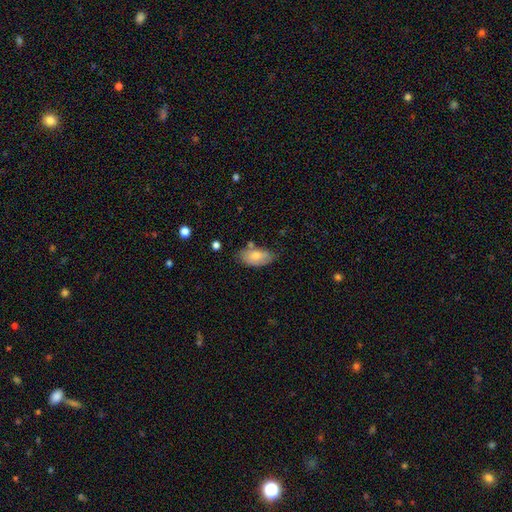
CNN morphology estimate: Q: Smooth or featured?
A: smooth (71%); runner-up: featured or disk (22%)
Q: How rounded?
A: in between (92%); runner-up: cigar-shaped (4%)
Q: Merging?
A: none (69%); runner-up: minor disturbance (22%)